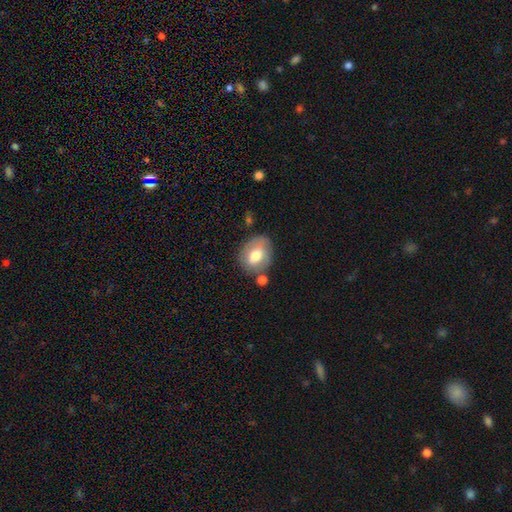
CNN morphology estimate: Q: Smooth or featured?
A: smooth (63%); runner-up: featured or disk (29%)
Q: How rounded?
A: in between (54%); runner-up: round (45%)
Q: Merging?
A: none (66%); runner-up: minor disturbance (19%)